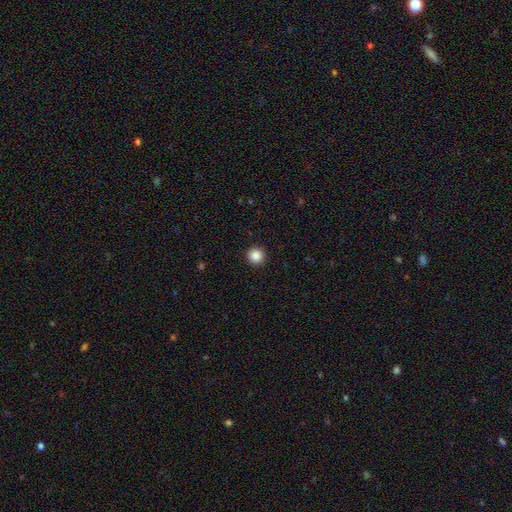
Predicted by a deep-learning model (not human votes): smooth 87%, star or artifact 10%, featured or disk 3%. Down the decision tree: how rounded — round (96%); merging — none (93%).